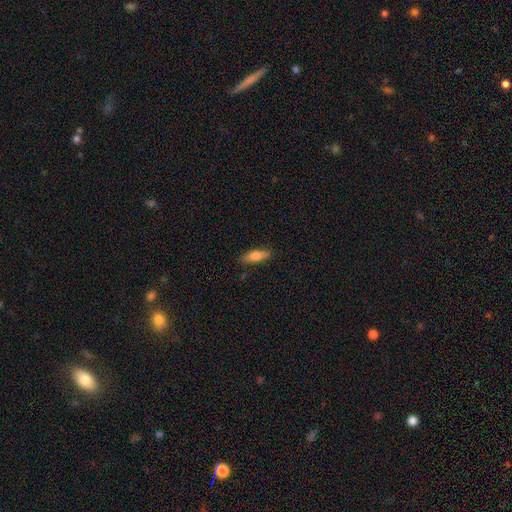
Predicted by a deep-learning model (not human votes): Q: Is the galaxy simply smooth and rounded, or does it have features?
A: smooth — 74%.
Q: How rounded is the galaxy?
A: in between — 55%.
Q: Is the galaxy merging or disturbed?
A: none — 83%.